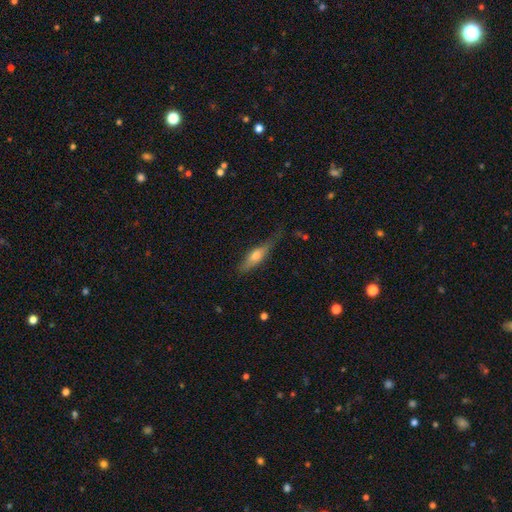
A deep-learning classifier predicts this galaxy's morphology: Smooth or featured? Predicted: smooth (p=0.51). How rounded? Predicted: cigar-shaped (p=0.64). Merging? Predicted: none (p=0.60).